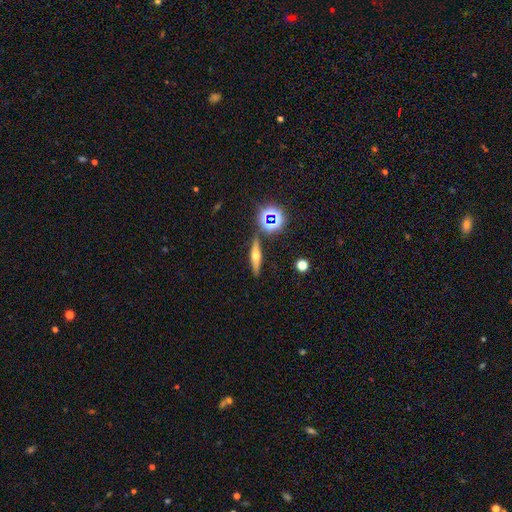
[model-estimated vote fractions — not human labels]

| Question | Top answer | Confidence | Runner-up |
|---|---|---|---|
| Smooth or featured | featured or disk | 47% | smooth (36%) |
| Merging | none | 85% | minor disturbance (9%) |